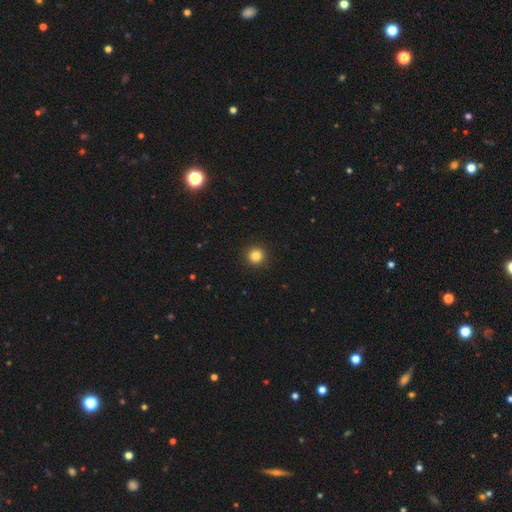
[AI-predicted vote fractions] Smooth or featured?
  - smooth: 83% *
  - star or artifact: 12%
  - featured or disk: 5%
How rounded?
  - round: 95% *
  - in between: 4%
  - cigar-shaped: 1%
Merging?
  - none: 93% *
  - minor disturbance: 5%
  - major disturbance: 2%
  - merger: 1%